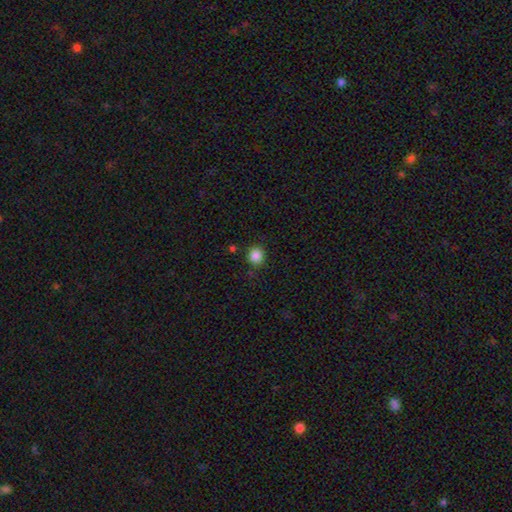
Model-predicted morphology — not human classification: Smooth or featured? smooth (86%)
How rounded? round (87%)
Merging? none (86%)